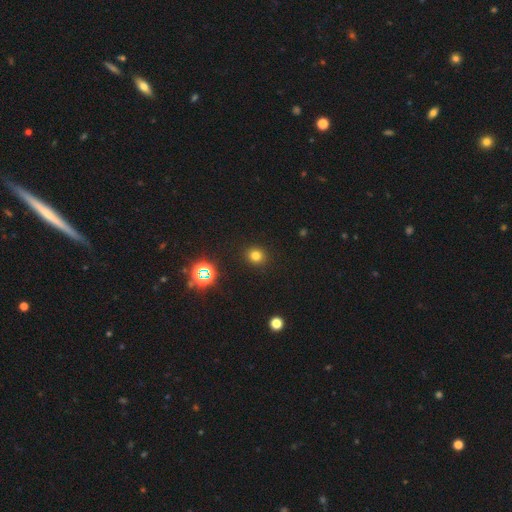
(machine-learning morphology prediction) Smooth or featured?
  - smooth: 76% *
  - star or artifact: 19%
  - featured or disk: 5%
How rounded?
  - round: 85% *
  - in between: 14%
  - cigar-shaped: 1%
Merging?
  - none: 91% *
  - minor disturbance: 6%
  - major disturbance: 2%
  - merger: 1%